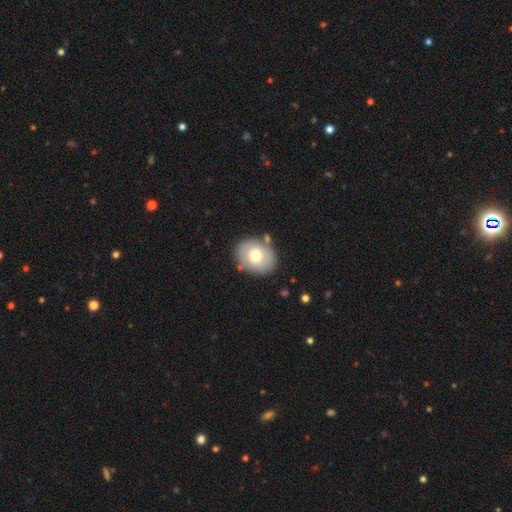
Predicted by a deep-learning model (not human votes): Smooth or featured? Predicted: smooth (p=0.59). How rounded? Predicted: round (p=0.52). Merging? Predicted: none (p=0.77).